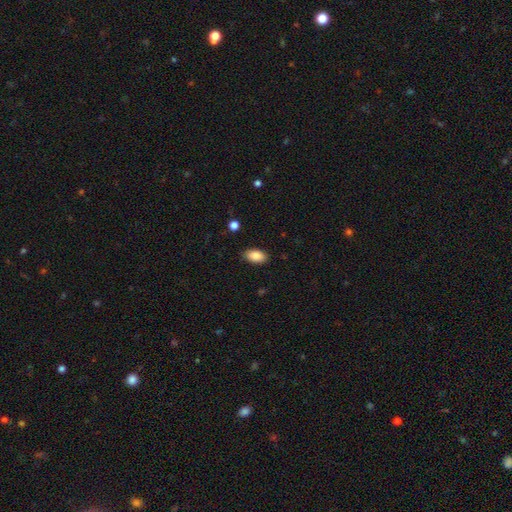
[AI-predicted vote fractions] Smooth or featured: smooth — 88% (star or artifact — 7%)
How rounded: in between — 94% (round — 4%)
Merging: none — 87% (minor disturbance — 9%)